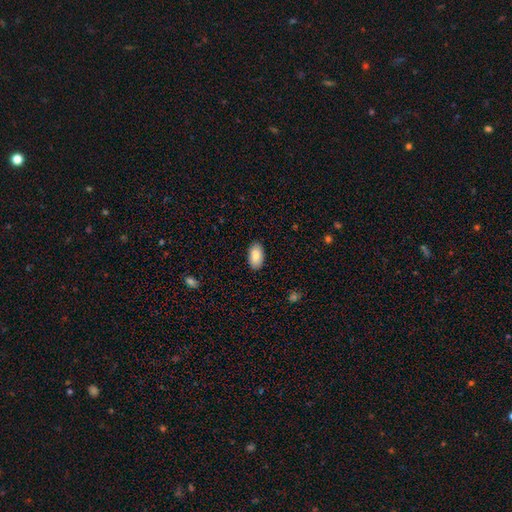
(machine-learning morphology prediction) Smooth or featured? Predicted: smooth (p=0.84). How rounded? Predicted: in between (p=0.95). Merging? Predicted: none (p=0.87).